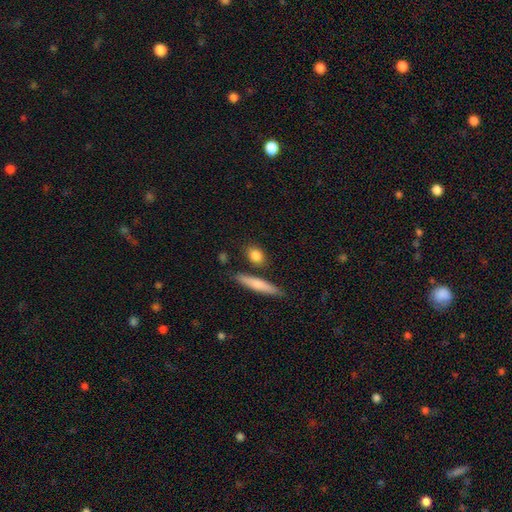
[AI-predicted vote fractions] Smooth or featured? smooth (83%)
How rounded? in between (48%)
Merging? none (78%)